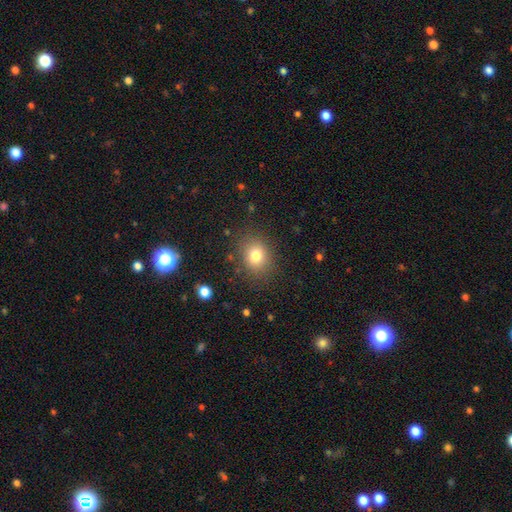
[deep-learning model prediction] Smooth or featured?
  - smooth: 78% *
  - star or artifact: 13%
  - featured or disk: 9%
How rounded?
  - round: 59% *
  - in between: 40%
  - cigar-shaped: 1%
Merging?
  - none: 83% *
  - minor disturbance: 11%
  - major disturbance: 4%
  - merger: 2%